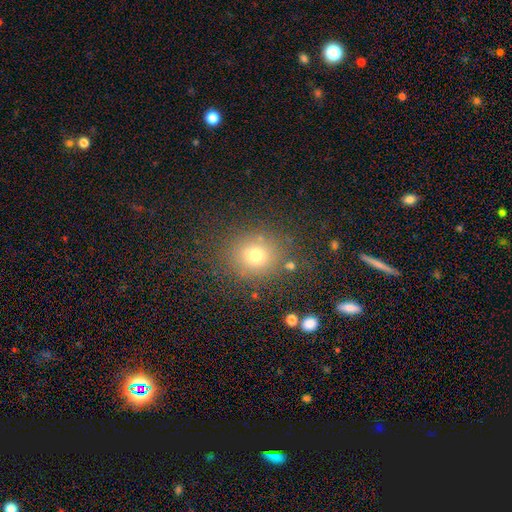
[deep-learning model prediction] This is likely a smooth galaxy (72%). How rounded: clearly round (82%). Merging: clearly none (83%).